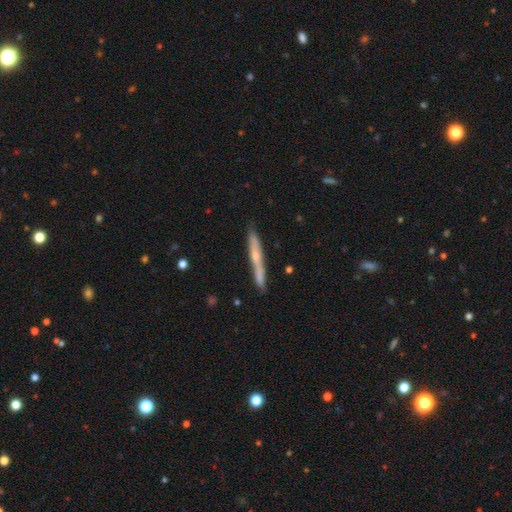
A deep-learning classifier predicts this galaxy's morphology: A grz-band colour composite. It shows a featured or disk galaxy (55%) viewed edge-on (95%) with a rounded central bulge (56%). Merging: none (85%).